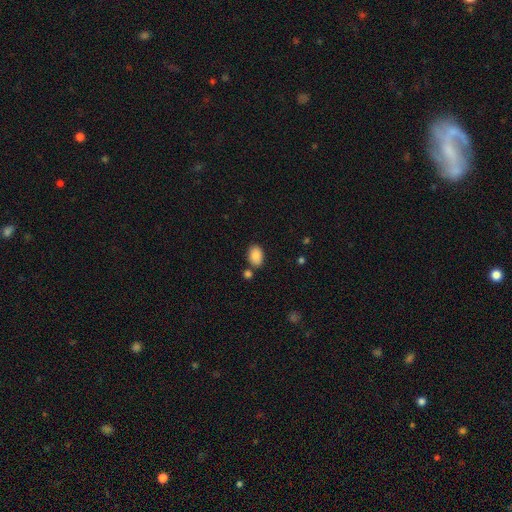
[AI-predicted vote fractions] Smooth or featured? smooth (87%)
How rounded? in between (84%)
Merging? none (76%)